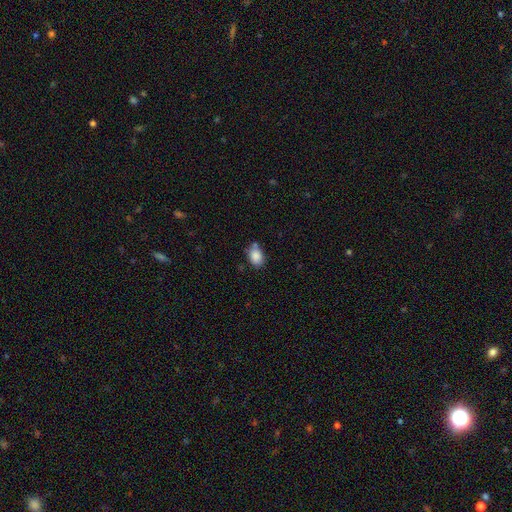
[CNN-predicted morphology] smooth 86%, star or artifact 8%, featured or disk 6%. Down the decision tree: how rounded — in between (78%); merging — none (62%).